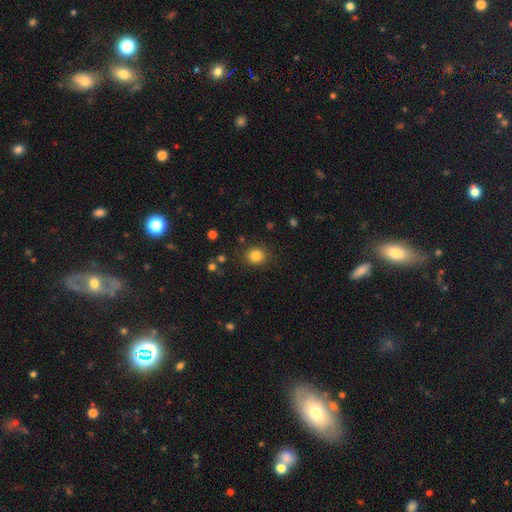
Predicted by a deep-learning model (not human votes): Overall: smooth (83%). How rounded: round (83%). Merging: none (86%).